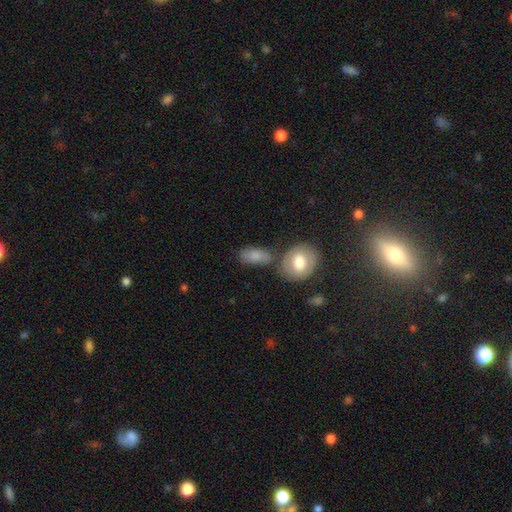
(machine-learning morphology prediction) smooth 77%, featured or disk 16%, star or artifact 7%. Down the decision tree: how rounded — in between (85%); merging — none (52%).